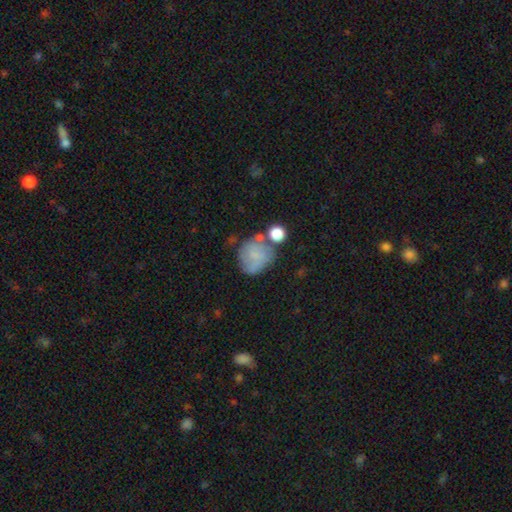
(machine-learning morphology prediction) Smooth or featured: smooth — 66% (featured or disk — 24%)
How rounded: round — 80% (in between — 19%)
Merging: none — 49% (minor disturbance — 22%)